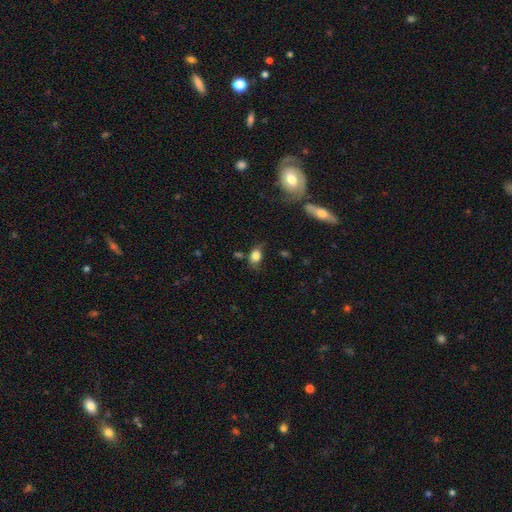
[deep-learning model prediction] Q: Smooth or featured?
A: smooth (82%); runner-up: star or artifact (9%)
Q: How rounded?
A: in between (75%); runner-up: round (23%)
Q: Merging?
A: none (59%); runner-up: minor disturbance (27%)